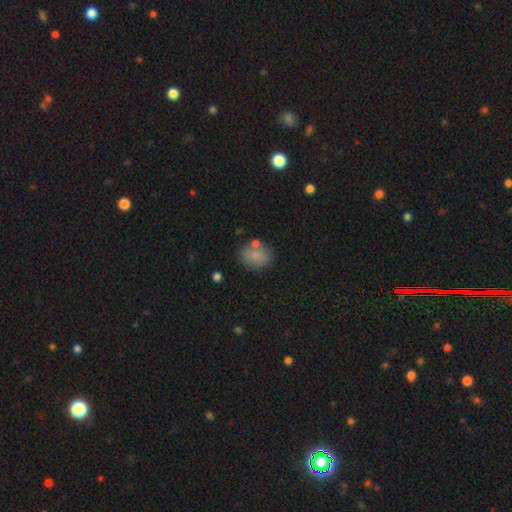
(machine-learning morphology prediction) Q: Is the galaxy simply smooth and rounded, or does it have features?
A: smooth — 77%.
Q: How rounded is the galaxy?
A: round — 51%.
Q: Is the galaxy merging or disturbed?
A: none — 68%.